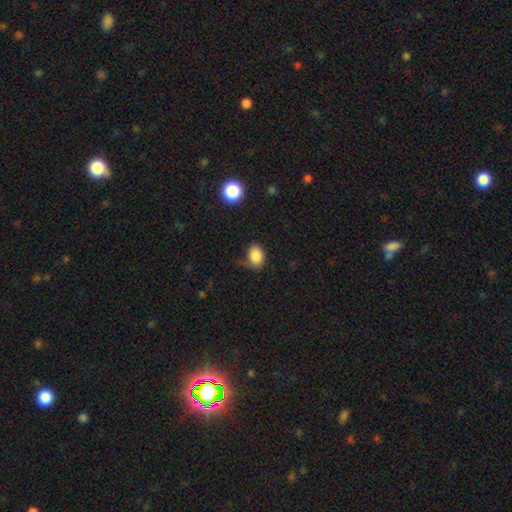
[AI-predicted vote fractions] Overall: smooth (85%). How rounded: in between (68%; round 31%). Merging: none (57%; minor disturbance 28%).